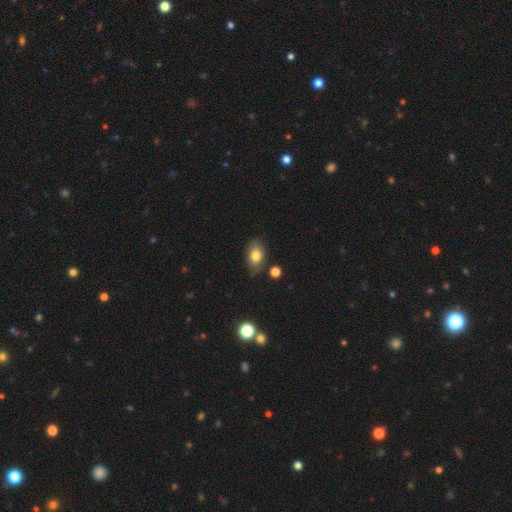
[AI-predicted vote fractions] Smooth or featured? Predicted: smooth (p=0.78). How rounded? Predicted: in between (p=0.86). Merging? Predicted: none (p=0.75).